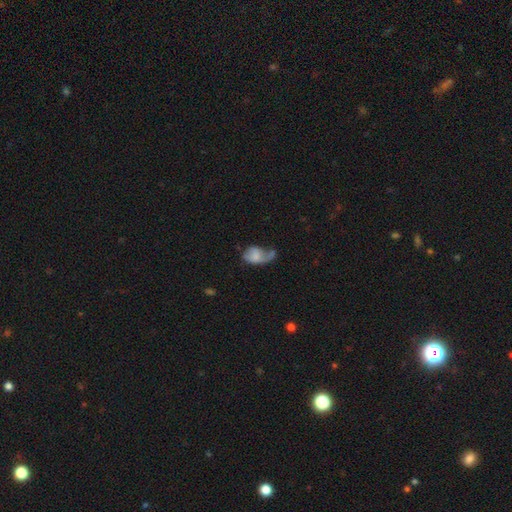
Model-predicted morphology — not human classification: smooth 54%, featured or disk 37%, star or artifact 9%. Down the decision tree: how rounded — in between (82%); merging — major disturbance (42%).